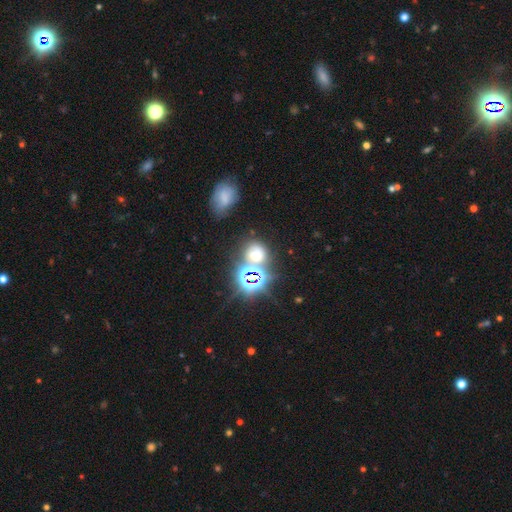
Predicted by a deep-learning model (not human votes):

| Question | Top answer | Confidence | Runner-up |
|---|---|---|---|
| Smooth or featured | star or artifact | 47% | smooth (38%) |